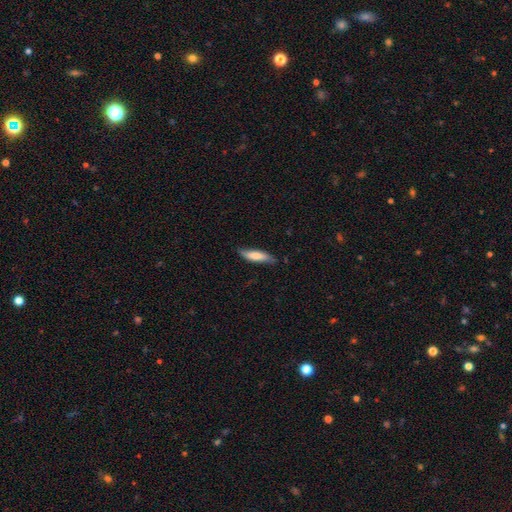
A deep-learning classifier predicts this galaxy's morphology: Smooth or featured? smooth (72%)
How rounded? cigar-shaped (70%)
Merging? none (75%)